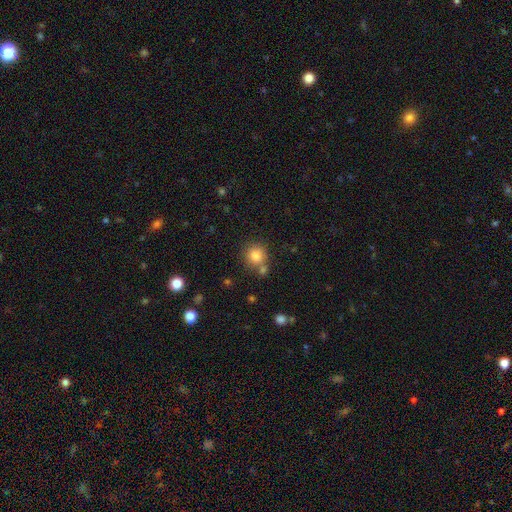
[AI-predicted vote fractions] smooth 82%, star or artifact 11%, featured or disk 7%. Down the decision tree: how rounded — round (90%); merging — none (68%).